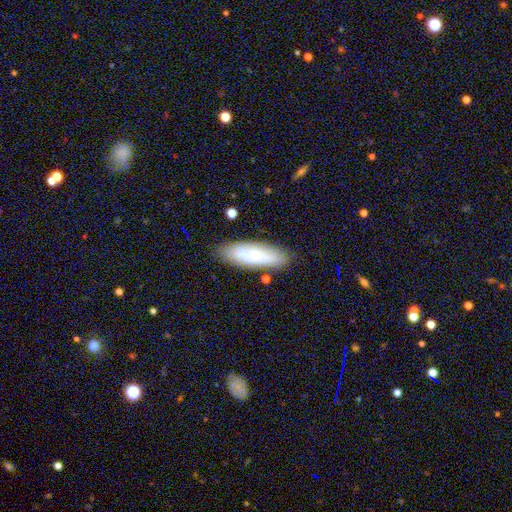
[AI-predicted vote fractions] A smooth galaxy with no disk features (48%). Merging: none (83%).